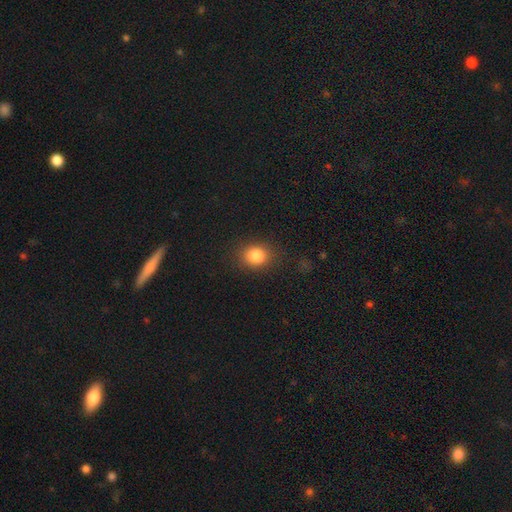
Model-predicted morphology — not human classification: Smooth or featured: smooth — 83% (star or artifact — 11%)
How rounded: round — 70% (in between — 29%)
Merging: none — 85% (minor disturbance — 10%)